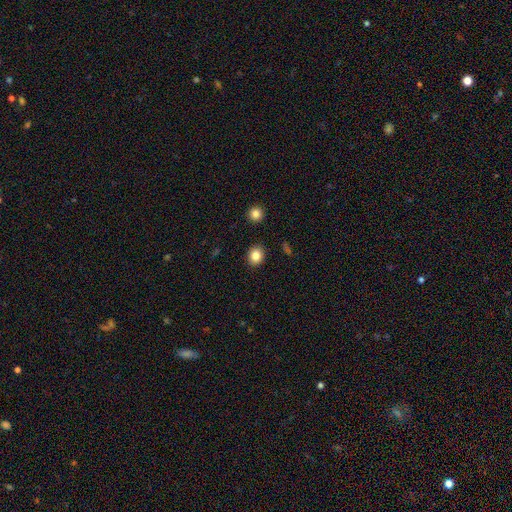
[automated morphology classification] A smooth galaxy with no disk features (83%) that is round (62%).

Vote fractions:
- Smooth or featured? smooth: 83% / star or artifact: 10% / featured or disk: 7%
- How rounded? round: 62% / in between: 37% / cigar-shaped: 1%
- Merging? none: 90% / minor disturbance: 7% / major disturbance: 2% / merger: 1%